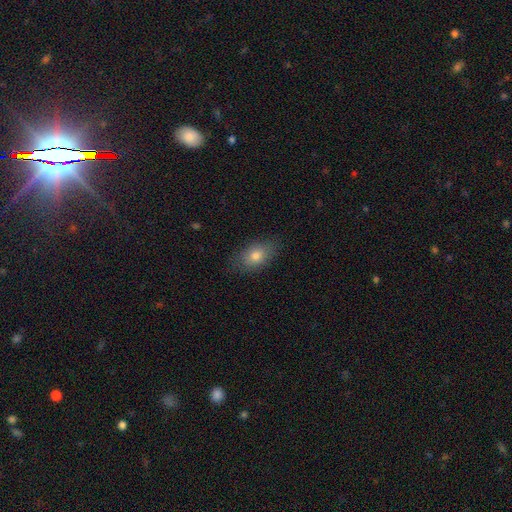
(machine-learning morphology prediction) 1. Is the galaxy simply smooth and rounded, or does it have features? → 77% smooth, 14% featured or disk, 9% star or artifact.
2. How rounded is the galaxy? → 83% in between, 14% round, 3% cigar-shaped.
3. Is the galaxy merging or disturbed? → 80% none, 15% minor disturbance, 4% major disturbance, 1% merger.